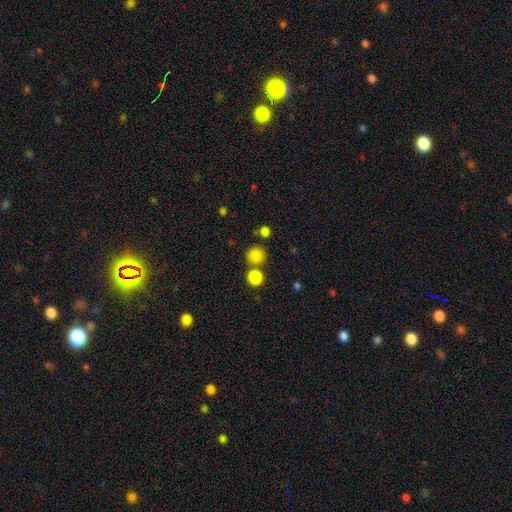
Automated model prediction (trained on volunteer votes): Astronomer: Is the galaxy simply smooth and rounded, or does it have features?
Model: smooth — 83%.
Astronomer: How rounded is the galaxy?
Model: round — 89%.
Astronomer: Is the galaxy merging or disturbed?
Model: none — 71%.